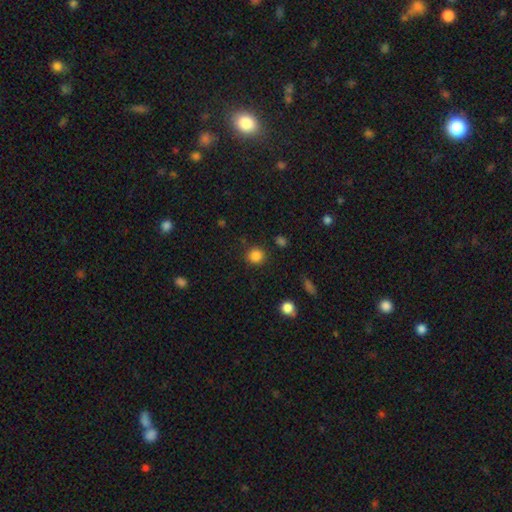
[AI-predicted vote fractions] Smooth or featured? smooth (85%)
How rounded? round (90%)
Merging? none (86%)